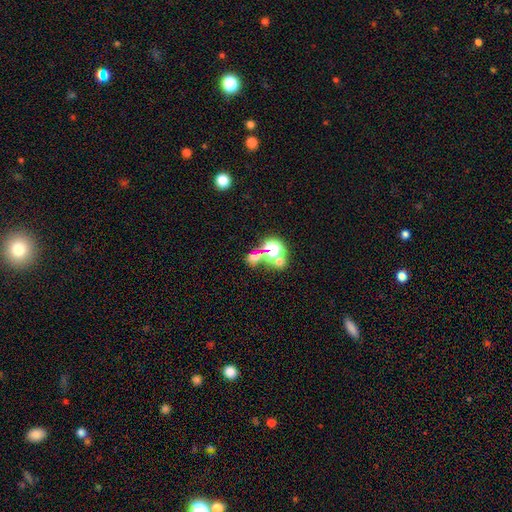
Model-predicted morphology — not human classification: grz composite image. It shows a smooth galaxy with no disk features (47%). Merging: none (47%).